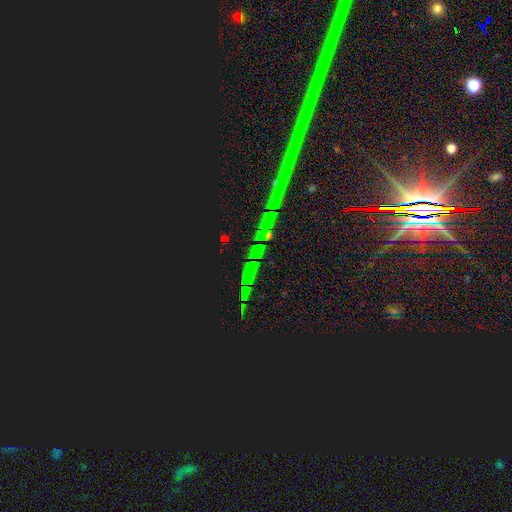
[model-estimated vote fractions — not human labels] Overall: star or artifact (85%).